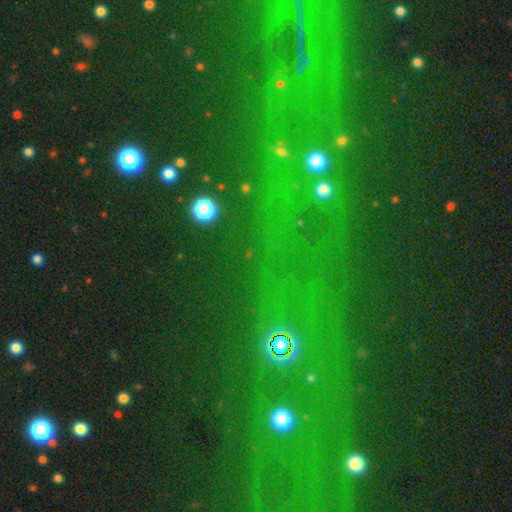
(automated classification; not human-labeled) The model was most divided on "smooth or featured": star or artifact: 75%, smooth: 16%, featured or disk: 9%.